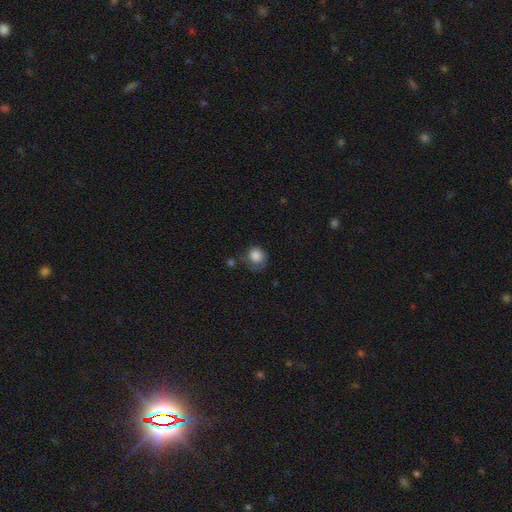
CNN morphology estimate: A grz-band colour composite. It shows a smooth galaxy with no disk features (79%) that is round (73%). Merging: none (45%).